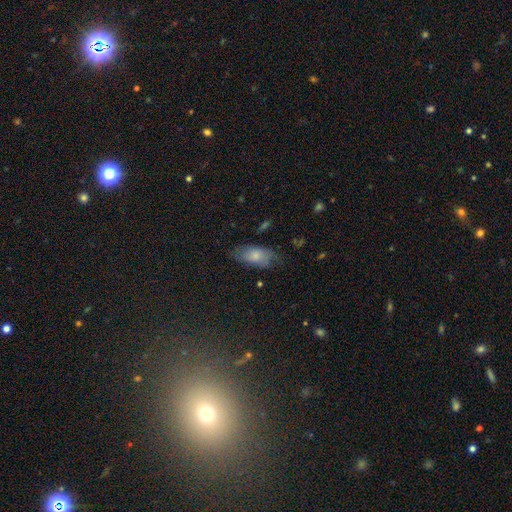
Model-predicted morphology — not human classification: Smooth or featured? smooth (75%)
How rounded? in between (90%)
Merging? none (64%)